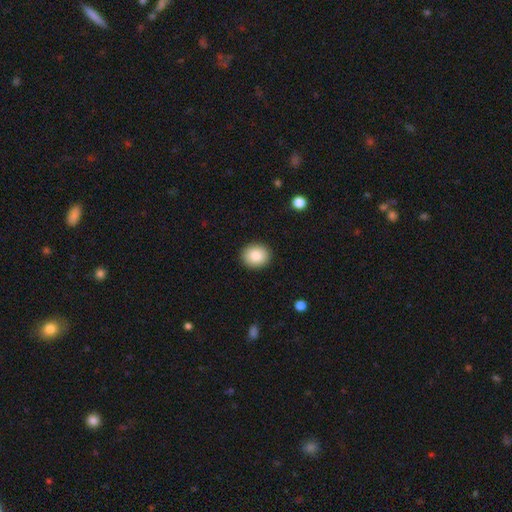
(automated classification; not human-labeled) smooth_or_featured: smooth (p=0.86) [alt: star or artifact p=0.08]
how_rounded: round (p=0.72) [alt: in between p=0.27]
merging: none (p=0.91) [alt: minor disturbance p=0.06]